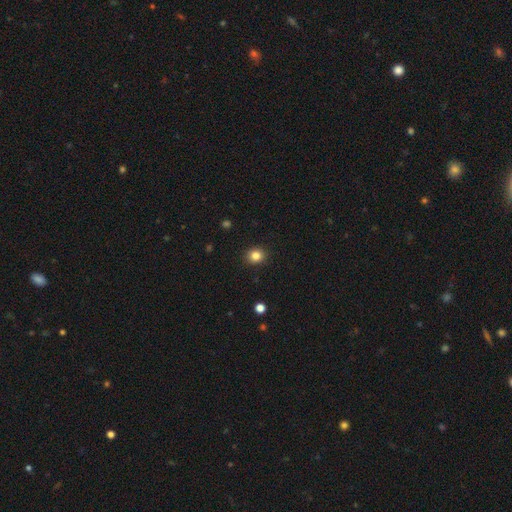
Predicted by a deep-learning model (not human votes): Q: Smooth or featured?
A: smooth (83%); runner-up: star or artifact (11%)
Q: How rounded?
A: round (77%); runner-up: in between (22%)
Q: Merging?
A: none (91%); runner-up: minor disturbance (6%)